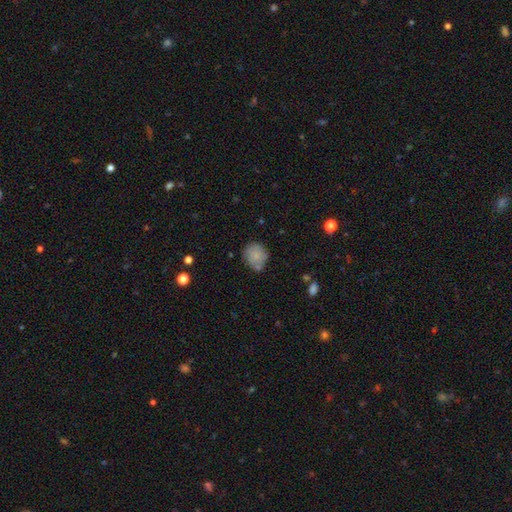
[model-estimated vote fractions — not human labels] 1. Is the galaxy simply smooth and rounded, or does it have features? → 79% smooth, 12% featured or disk, 8% star or artifact.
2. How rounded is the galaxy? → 82% round, 17% in between, 1% cigar-shaped.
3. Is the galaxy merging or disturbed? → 66% none, 19% minor disturbance, 10% merger, 5% major disturbance.